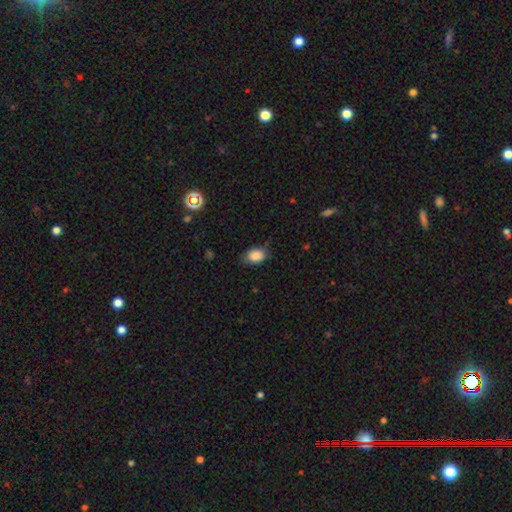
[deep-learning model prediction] smooth-or-featured: smooth: 86% | star or artifact: 8% | featured or disk: 6%
  how-rounded: in between: 79% | round: 20% | cigar-shaped: 1%
  merging: none: 71% | minor disturbance: 23% | major disturbance: 5% | merger: 1%